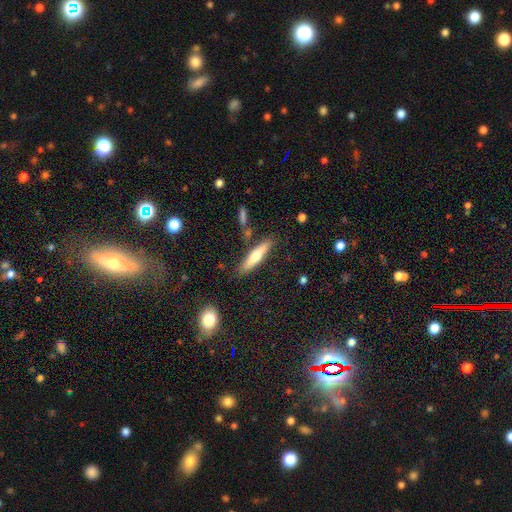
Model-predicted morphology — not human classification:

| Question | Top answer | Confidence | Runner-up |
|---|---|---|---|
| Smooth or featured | smooth | 48% | featured or disk (46%) |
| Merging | none | 82% | minor disturbance (11%) |